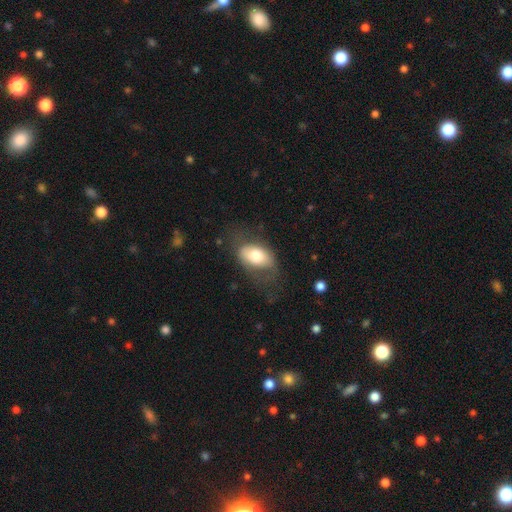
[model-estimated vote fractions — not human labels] smooth 67%, featured or disk 27%, star or artifact 6%. Down the decision tree: how rounded — in between (91%); merging — none (57%).